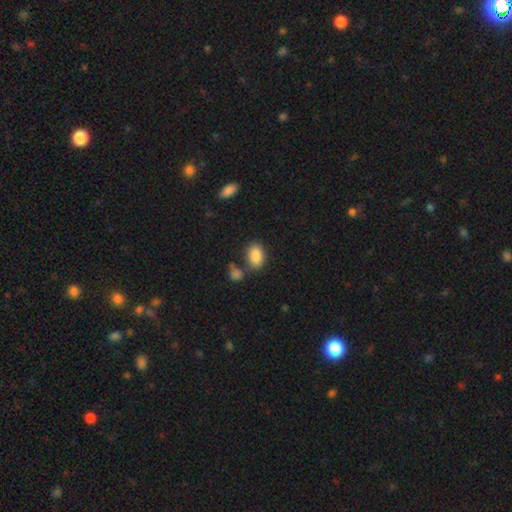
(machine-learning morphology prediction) Smooth or featured?
  - smooth: 87% *
  - star or artifact: 8%
  - featured or disk: 6%
How rounded?
  - in between: 85% *
  - round: 14%
  - cigar-shaped: 1%
Merging?
  - none: 69% *
  - minor disturbance: 14%
  - merger: 13%
  - major disturbance: 4%